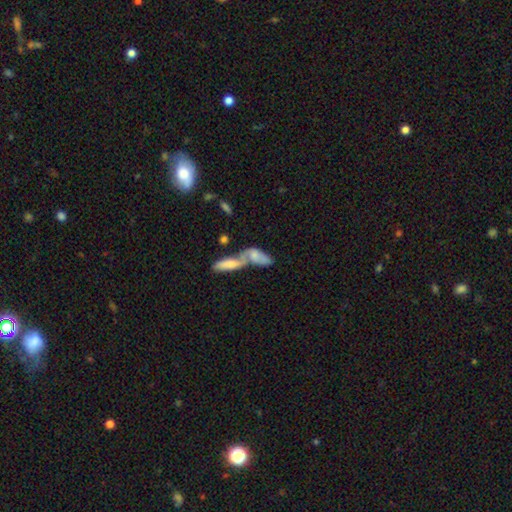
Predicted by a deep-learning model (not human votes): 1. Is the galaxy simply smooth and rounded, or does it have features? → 62% smooth, 30% featured or disk, 8% star or artifact.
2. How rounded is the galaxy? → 73% in between, 24% cigar-shaped, 3% round.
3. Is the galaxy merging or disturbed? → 73% merger, 14% none, 7% minor disturbance, 6% major disturbance.